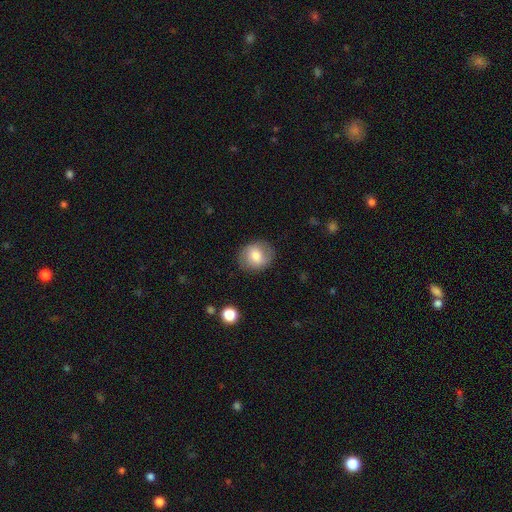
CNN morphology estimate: A smooth galaxy with no disk features (70%) that is round (68%).

Vote fractions:
- Smooth or featured? smooth: 70% / featured or disk: 22% / star or artifact: 8%
- How rounded? round: 68% / in between: 31% / cigar-shaped: 1%
- Merging? none: 82% / minor disturbance: 13% / major disturbance: 4% / merger: 1%